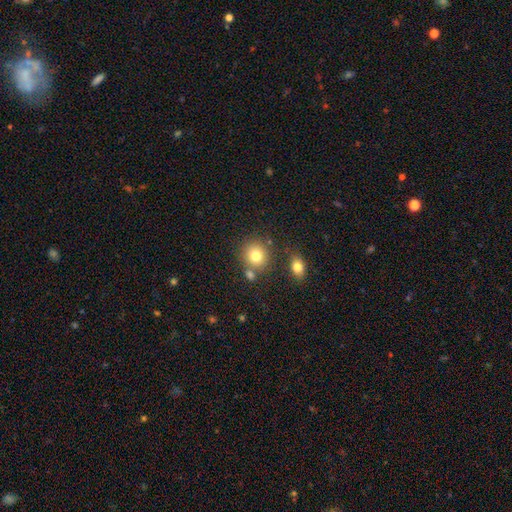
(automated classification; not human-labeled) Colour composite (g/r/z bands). It shows a smooth galaxy with no disk features (80%) that is round (83%). Merging: none (71%).